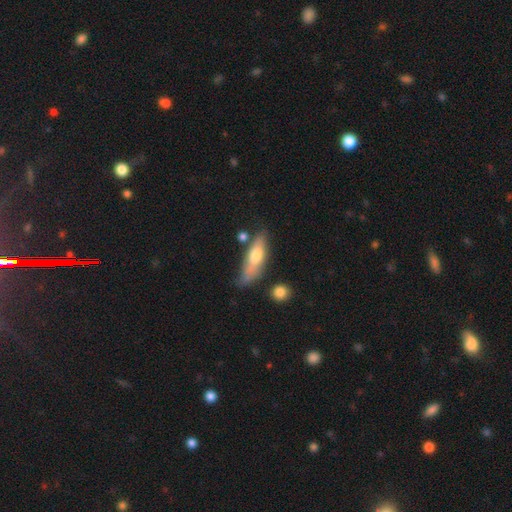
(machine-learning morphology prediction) This appears to be a smooth galaxy with no disk features (60%) that is cigar-shaped (52%). Merging: none (57%).